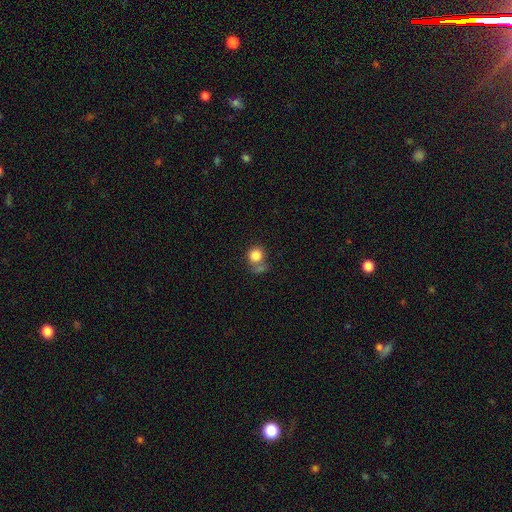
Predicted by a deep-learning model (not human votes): Smooth or featured? smooth (84%)
How rounded? round (87%)
Merging? none (52%)